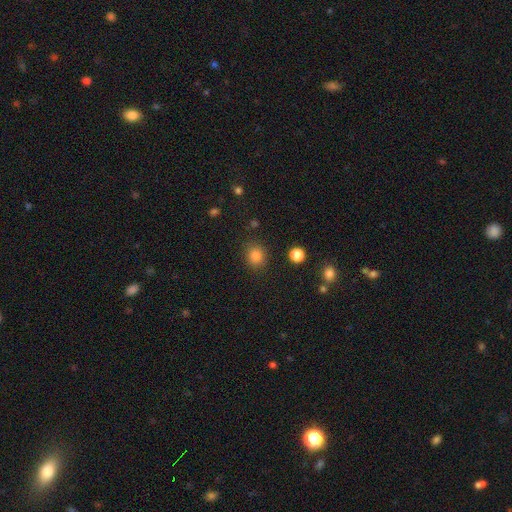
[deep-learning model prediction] A smooth galaxy with no disk features (84%) that is round (76%).

Vote fractions:
- Smooth or featured? smooth: 84% / star or artifact: 12% / featured or disk: 4%
- How rounded? round: 76% / in between: 23% / cigar-shaped: 1%
- Merging? none: 84% / minor disturbance: 10% / major disturbance: 4% / merger: 2%